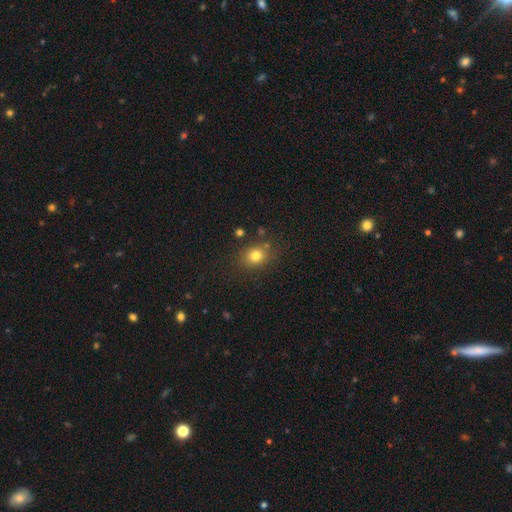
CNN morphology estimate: Smooth or featured? smooth (79%)
How rounded? round (62%)
Merging? none (79%)